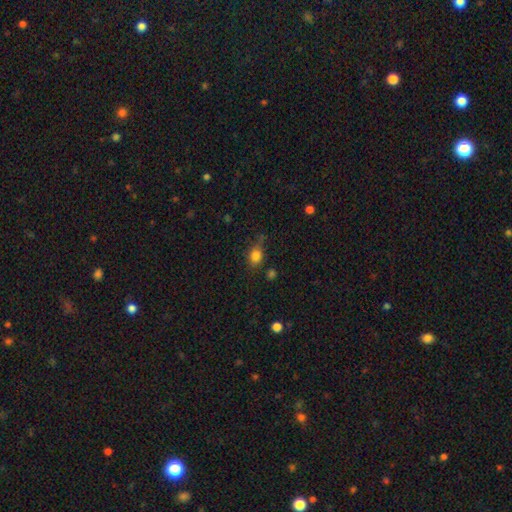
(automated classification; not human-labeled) Smooth or featured: smooth — 79% (star or artifact — 12%)
How rounded: in between — 51% (round — 46%)
Merging: none — 56% (minor disturbance — 29%)